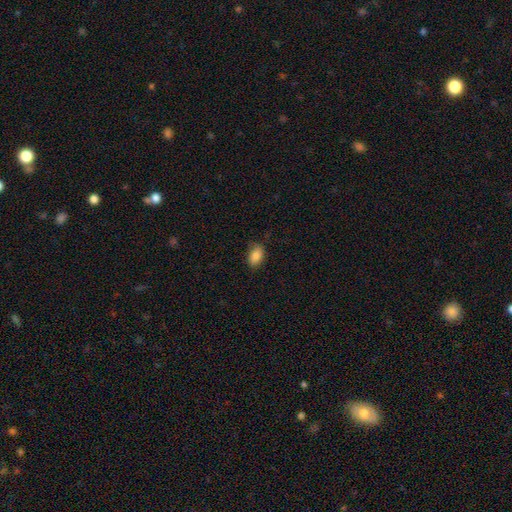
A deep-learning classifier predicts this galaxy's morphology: A smooth galaxy with no disk features (85%) that is in between round and cigar-shaped (88%).

Vote fractions:
- Smooth or featured? smooth: 85% / star or artifact: 8% / featured or disk: 7%
- How rounded? in between: 88% / round: 10% / cigar-shaped: 2%
- Merging? none: 76% / minor disturbance: 19% / major disturbance: 4% / merger: 1%